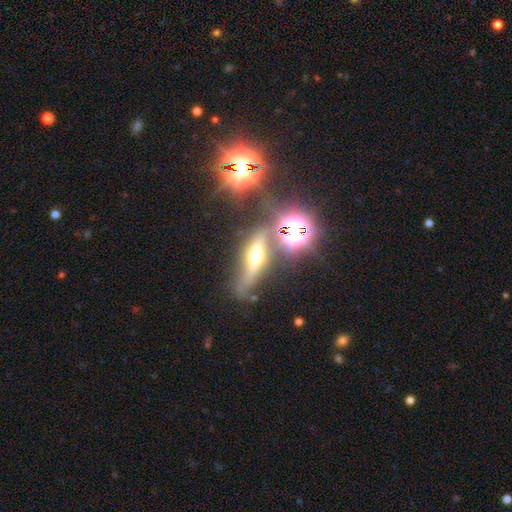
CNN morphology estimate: Smooth or featured?
  - featured or disk: 51% *
  - smooth: 28%
  - star or artifact: 20%
Edge-on disk?
  - yes: 76% *
  - no: 24%
Merging?
  - none: 61% *
  - minor disturbance: 16%
  - merger: 13%
  - major disturbance: 10%